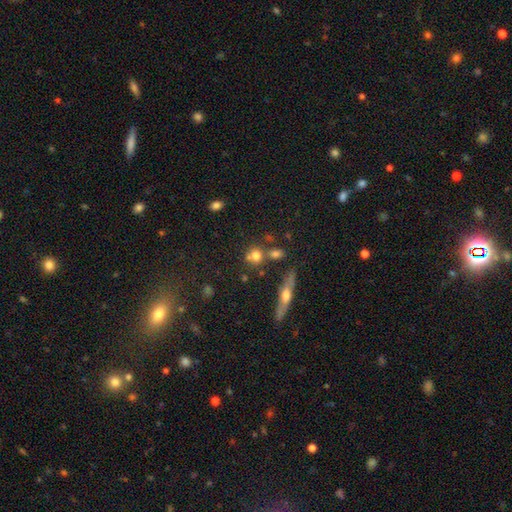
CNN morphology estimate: smooth_or_featured: smooth (p=0.70) [alt: featured or disk p=0.16]
how_rounded: round (p=0.79) [alt: in between p=0.17]
merging: none (p=0.56) [alt: merger p=0.28]